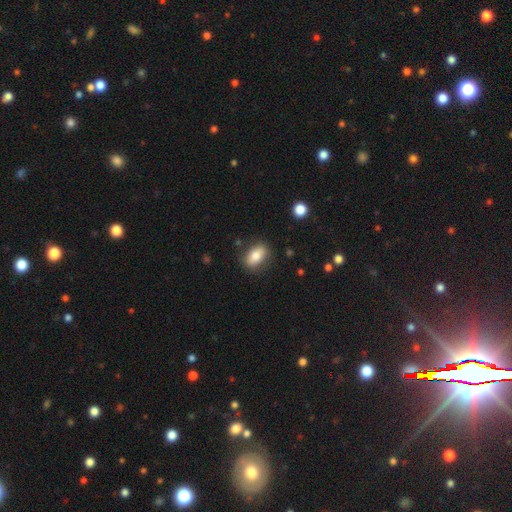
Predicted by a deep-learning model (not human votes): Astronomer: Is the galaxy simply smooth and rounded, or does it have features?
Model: smooth — 77%.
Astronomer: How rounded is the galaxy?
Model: in between — 83%.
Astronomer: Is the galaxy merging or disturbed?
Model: none — 83%.